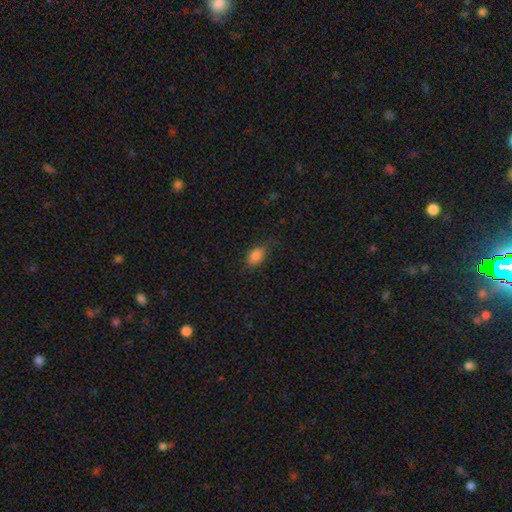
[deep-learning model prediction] Morphology: type=smooth (84%); roundness=in between (86%); merging=none (70%).